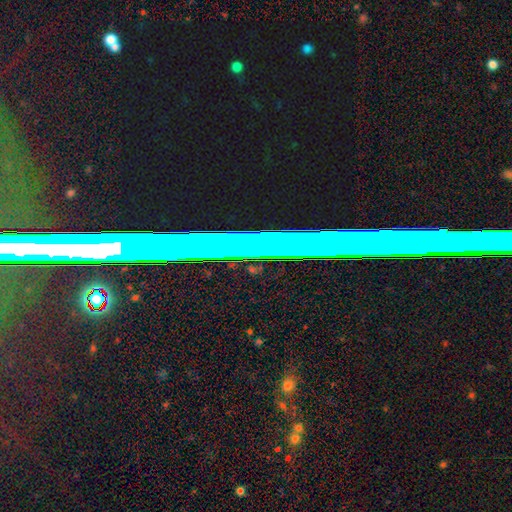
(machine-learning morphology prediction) smooth_or_featured: star or artifact (p=0.56) [alt: featured or disk p=0.27]